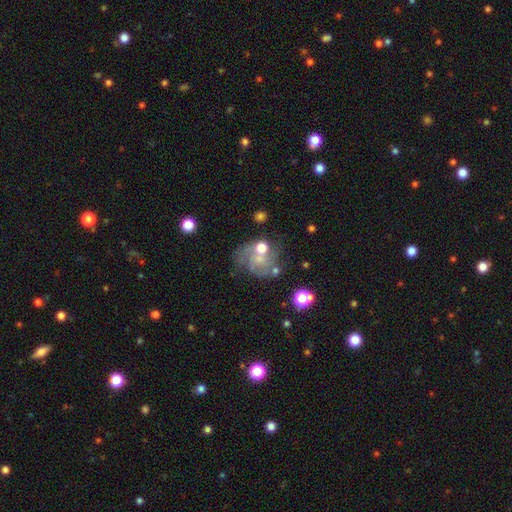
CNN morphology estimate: featured or disk 53%, smooth 26%, star or artifact 21%. Down the decision tree: edge-on disk — no (97%); bar — no (73%); spiral arms — yes (65%); bulge size — small (42%); merging — none (49%).